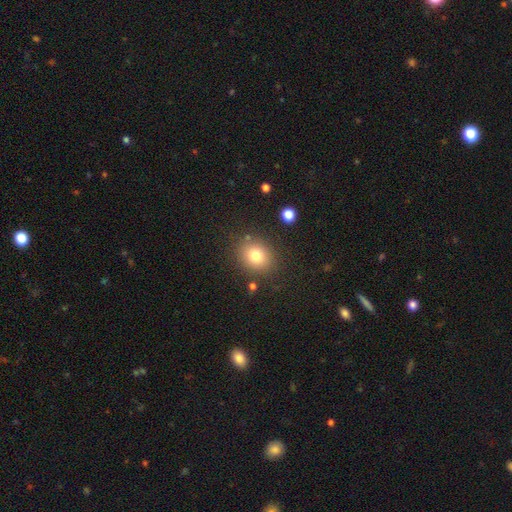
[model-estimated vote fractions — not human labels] Overall: smooth (79%). How rounded: round (62%; in between 38%). Merging: none (83%).